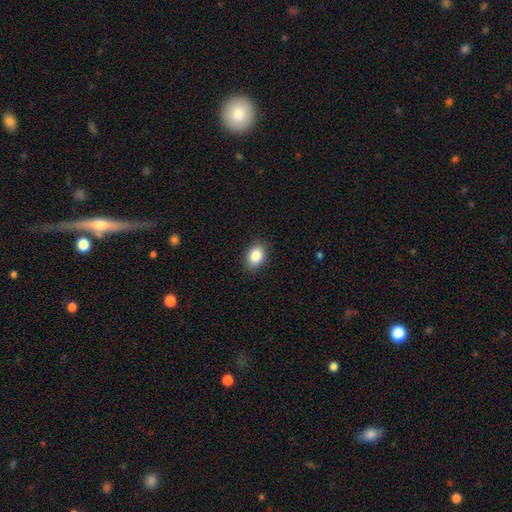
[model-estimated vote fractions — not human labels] Morphology: type=smooth (86%); roundness=in between (78%); merging=none (89%).